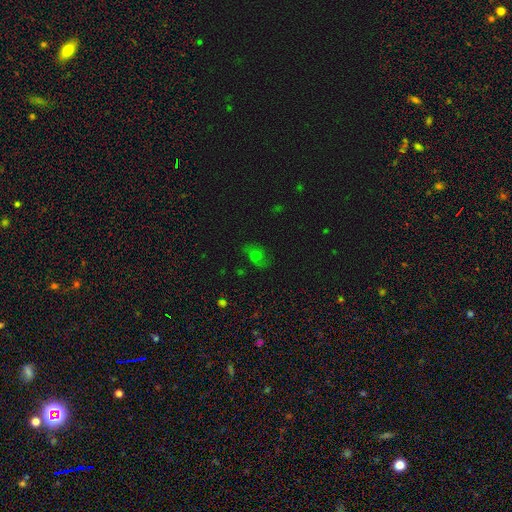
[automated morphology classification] smooth_or_featured: smooth (p=0.45) [alt: featured or disk p=0.32]
merging: none (p=0.68) [alt: minor disturbance p=0.21]